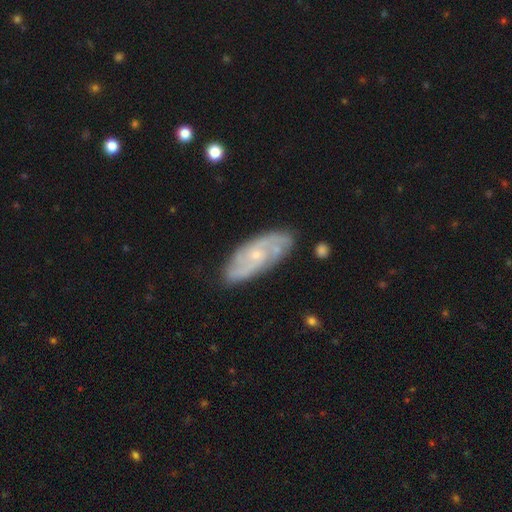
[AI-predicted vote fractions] smooth-or-featured: featured or disk: 79% | smooth: 15% | star or artifact: 6%
  disk-edge-on: no: 92% | yes: 8%
    bar: no: 72% | weak: 25% | strong: 4%
    has-spiral-arms: yes: 94% | no: 6%
      spiral-winding: tight: 47% | medium: 40% | loose: 13%
      spiral-arm-count: 2: 34% | can't tell: 24% | 3: 23% | 4: 11% | more than 4: 4% | 1: 4%
    bulge-size: small: 74% | moderate: 22% | none: 2% | large: 1% | dominant: 1%
  merging: none: 80% | minor disturbance: 15% | major disturbance: 3% | merger: 2%